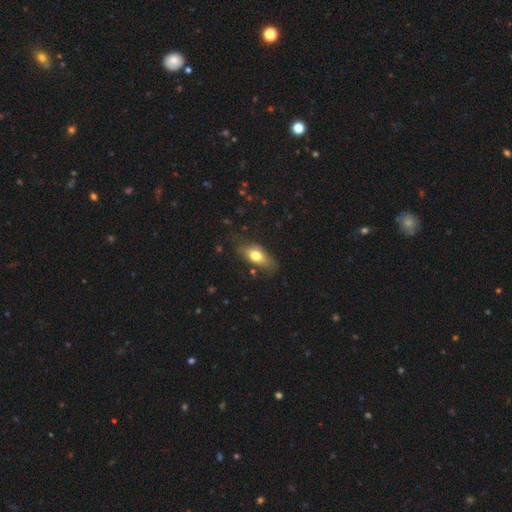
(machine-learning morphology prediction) Overall: smooth (71%). How rounded: in between (80%). Merging: none (66%).